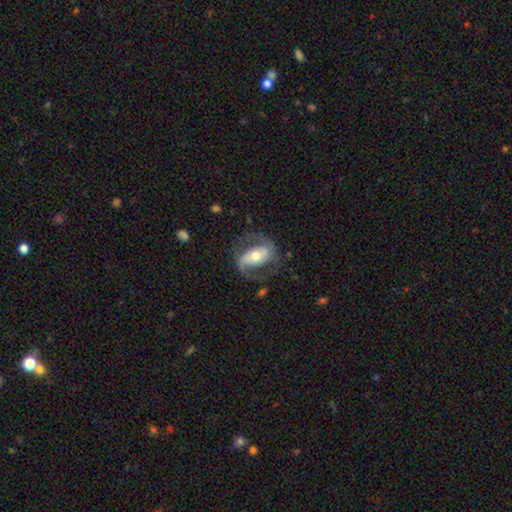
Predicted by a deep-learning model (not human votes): smooth-or-featured: featured or disk: 79% | smooth: 16% | star or artifact: 5%
  disk-edge-on: no: 96% | yes: 4%
    bar: strong: 40% | weak: 32% | no: 28%
    has-spiral-arms: yes: 89% | no: 11%
      spiral-winding: medium: 50% | loose: 32% | tight: 18%
      spiral-arm-count: 2: 83% | 1: 9% | can't tell: 5% | 3: 1% | 4: 1% | more than 4: 1%
    bulge-size: moderate: 64% | small: 23% | large: 10% | dominant: 1% | none: 1%
  merging: none: 66% | minor disturbance: 16% | major disturbance: 16% | merger: 2%